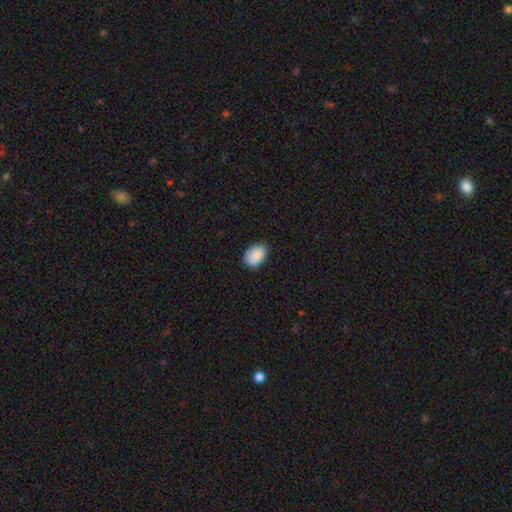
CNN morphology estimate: type=smooth (89%); roundness=in between (83%); merging=none (80%).